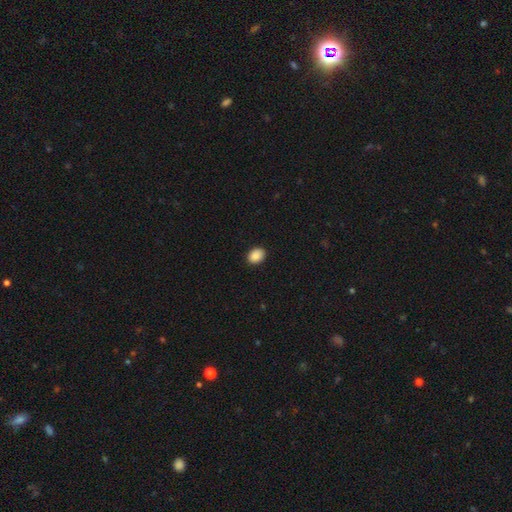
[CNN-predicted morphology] This appears to be a smooth galaxy with no disk features (89%) that is in between round and cigar-shaped (63%). Merging: none (90%).